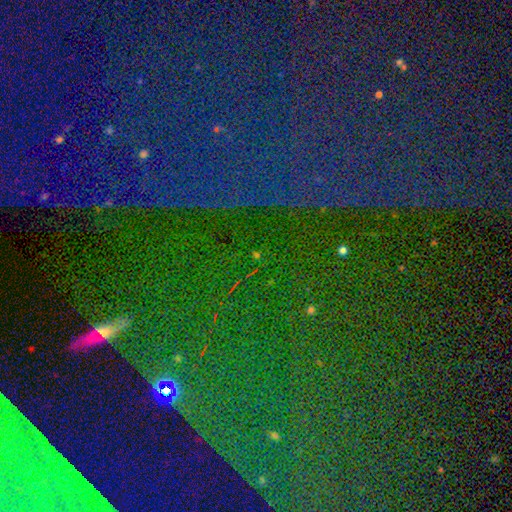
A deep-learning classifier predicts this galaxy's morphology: Q: Smooth or featured?
A: star or artifact (81%); runner-up: featured or disk (9%)